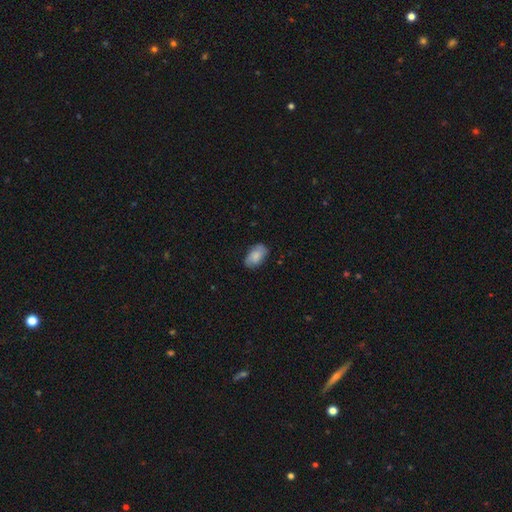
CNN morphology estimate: Overall: smooth (76%). How rounded: in between (93%). Merging: none (78%).